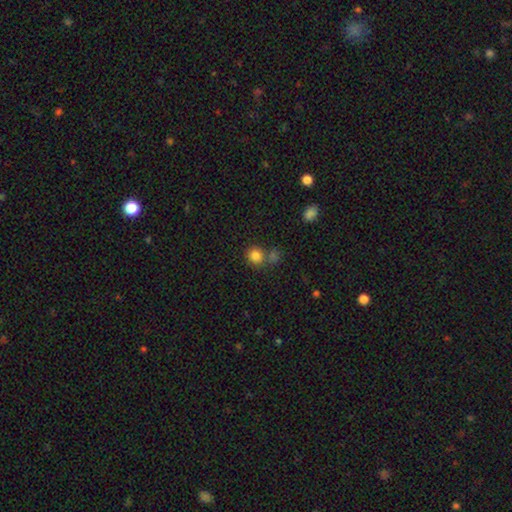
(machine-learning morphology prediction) Q: Smooth or featured?
A: smooth (82%); runner-up: star or artifact (12%)
Q: How rounded?
A: round (83%); runner-up: in between (16%)
Q: Merging?
A: none (62%); runner-up: merger (24%)